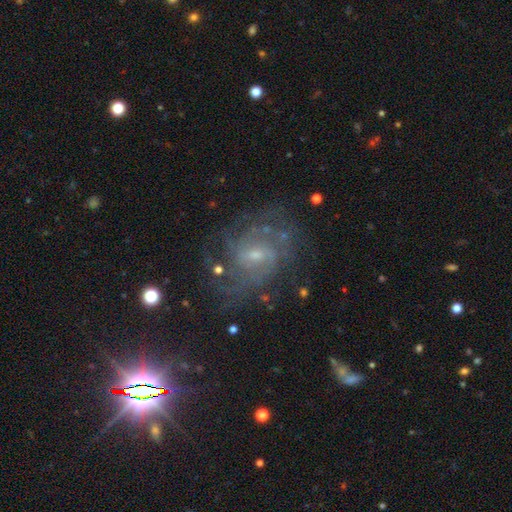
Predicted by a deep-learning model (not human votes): A featured or disk galaxy (76%) with a weak bar (51%), tight (46%) spiral arms (92%) and a small central bulge (63%). Merging: none (70%).